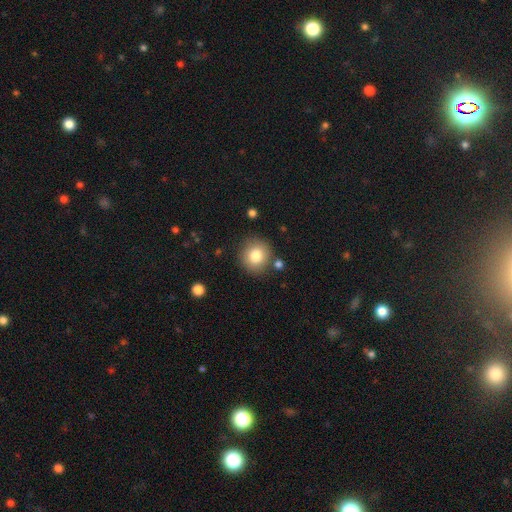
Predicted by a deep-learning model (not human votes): Smooth or featured? Predicted: smooth (p=0.80). How rounded? Predicted: round (p=0.89). Merging? Predicted: none (p=0.84).